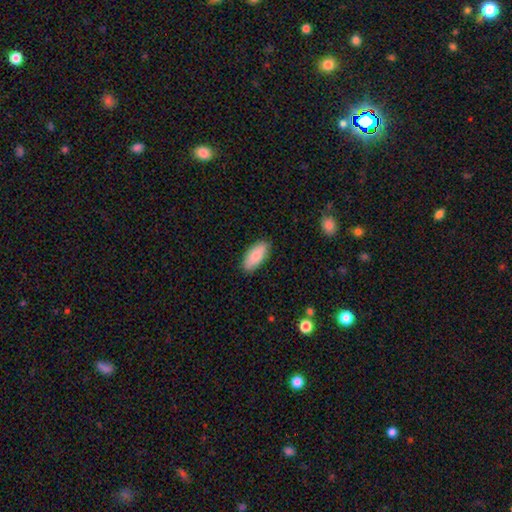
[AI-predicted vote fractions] This is clearly a smooth galaxy (84%). How rounded: clearly in between (86%). Merging: clearly none (87%).